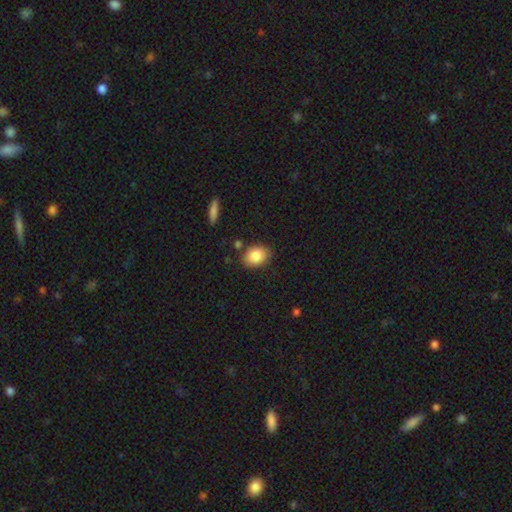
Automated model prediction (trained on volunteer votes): The model was most divided on "how rounded": in between: 76%, round: 23%, cigar-shaped: 1%. More confident: smooth or featured — smooth (85%); merging — none (81%).